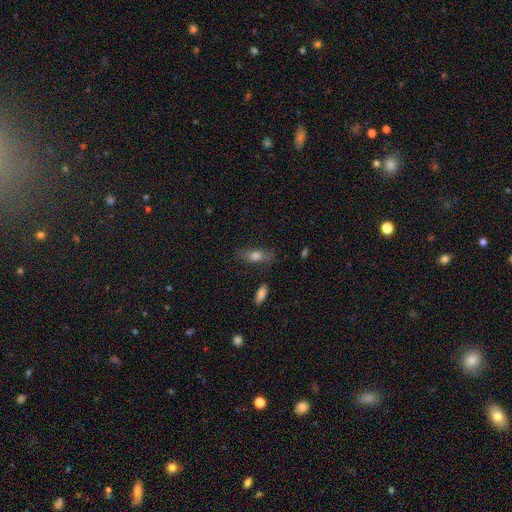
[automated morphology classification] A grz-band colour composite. It shows a smooth galaxy with no disk features (67%) that is in between round and cigar-shaped (67%). Merging: none (72%).